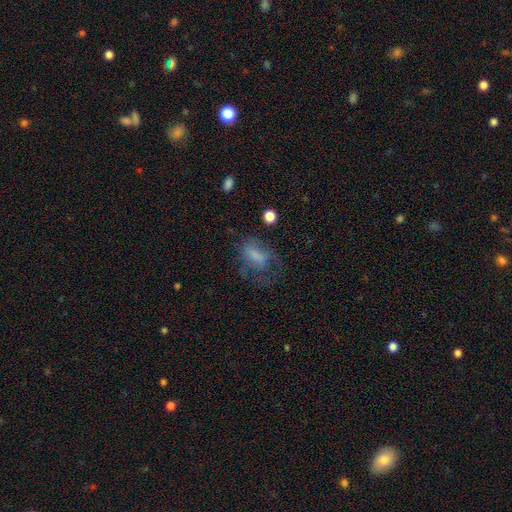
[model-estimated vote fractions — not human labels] smooth-or-featured: smooth: 53% | featured or disk: 35% | star or artifact: 13%
  how-rounded: in between: 78% | round: 17% | cigar-shaped: 5%
  merging: major disturbance: 42% | none: 33% | minor disturbance: 22% | merger: 3%